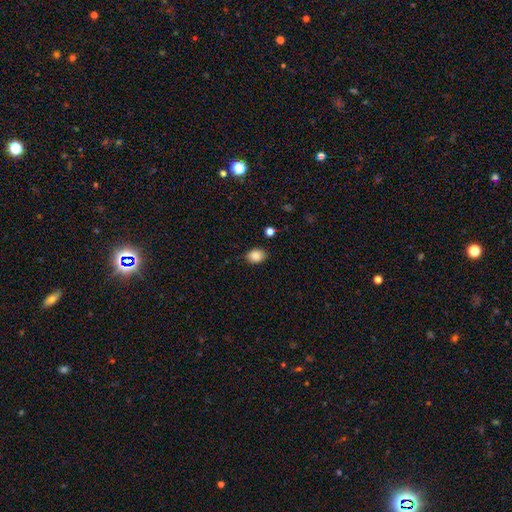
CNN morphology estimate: A smooth galaxy with no disk features (87%) that is in between round and cigar-shaped (67%).

Vote fractions:
- Smooth or featured? smooth: 87% / star or artifact: 9% / featured or disk: 4%
- How rounded? in between: 67% / round: 32% / cigar-shaped: 1%
- Merging? none: 84% / minor disturbance: 12% / major disturbance: 3% / merger: 2%